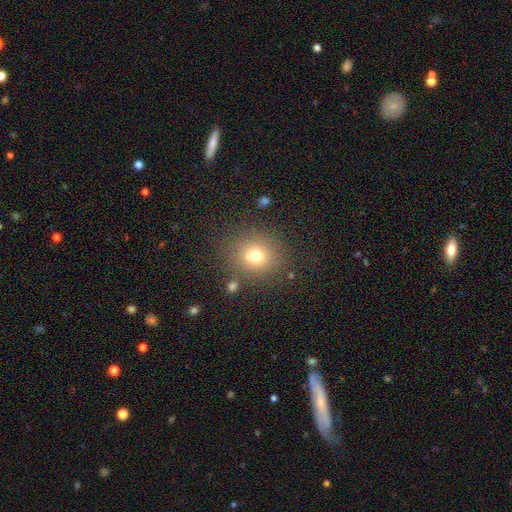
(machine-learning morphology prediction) Smooth or featured?
  - smooth: 72% *
  - star or artifact: 16%
  - featured or disk: 11%
How rounded?
  - round: 83% *
  - in between: 16%
  - cigar-shaped: 1%
Merging?
  - none: 79% *
  - minor disturbance: 10%
  - merger: 7%
  - major disturbance: 4%